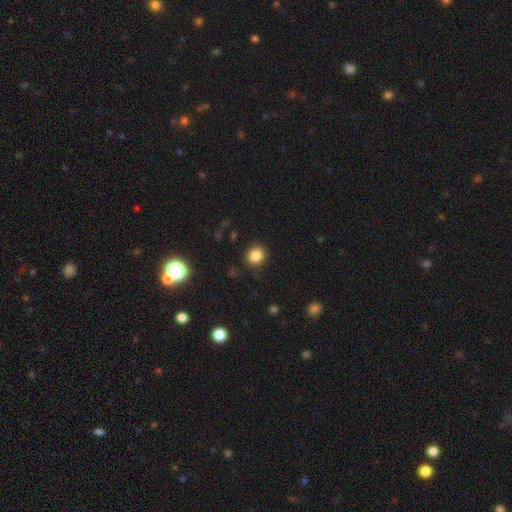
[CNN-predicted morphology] smooth 83%, star or artifact 12%, featured or disk 5%. Down the decision tree: how rounded — round (83%); merging — none (88%).